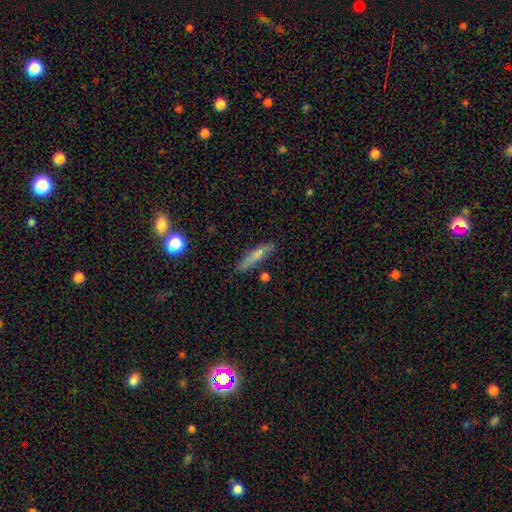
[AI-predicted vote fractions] Smooth or featured? Predicted: smooth (p=0.67). How rounded? Predicted: cigar-shaped (p=0.83). Merging? Predicted: none (p=0.77).